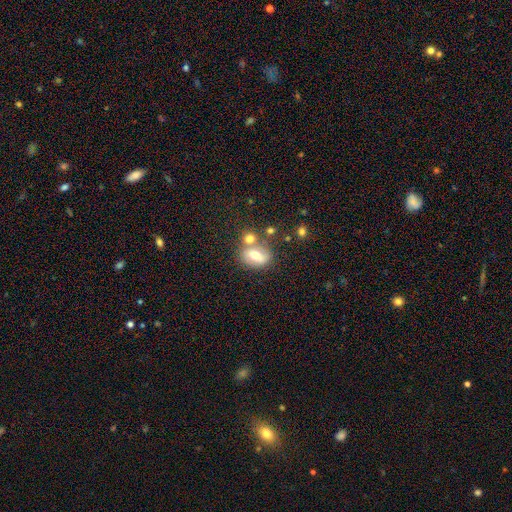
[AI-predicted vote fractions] The model was most divided on "smooth or featured": smooth: 56%, featured or disk: 34%, star or artifact: 10%. More confident: how rounded — in between (70%); merging — none (56%).